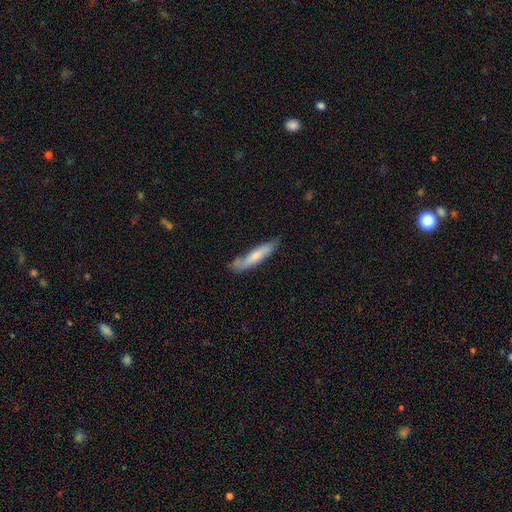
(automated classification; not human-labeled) A smooth galaxy with no disk features (68%) that is cigar-shaped (86%).

Vote fractions:
- Smooth or featured? smooth: 68% / featured or disk: 26% / star or artifact: 5%
- How rounded? cigar-shaped: 86% / in between: 13% / round: 1%
- Merging? none: 66% / minor disturbance: 25% / major disturbance: 5% / merger: 4%